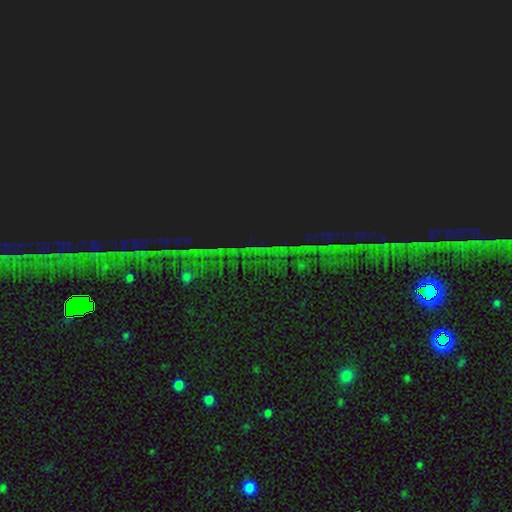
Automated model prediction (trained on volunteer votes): Overall: star or artifact (87%).